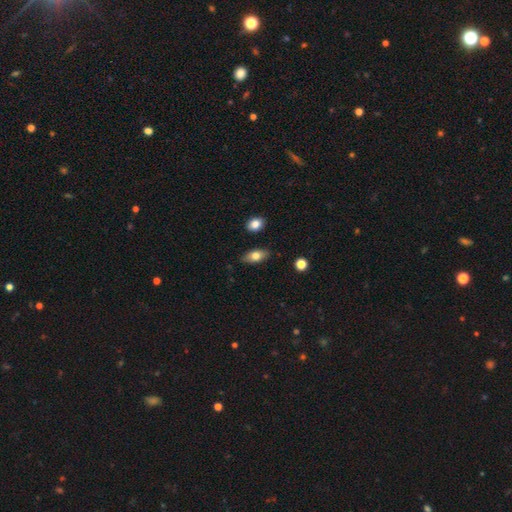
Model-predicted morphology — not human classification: A smooth galaxy with no disk features (75%) that is in between round and cigar-shaped (87%). Merging: none (84%).